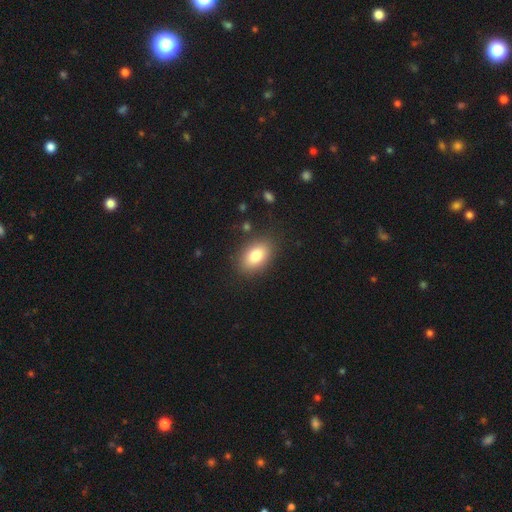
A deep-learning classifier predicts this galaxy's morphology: A smooth galaxy with no disk features (82%) that is in between round and cigar-shaped (87%).

Vote fractions:
- Smooth or featured? smooth: 82% / featured or disk: 10% / star or artifact: 8%
- How rounded? in between: 87% / round: 11% / cigar-shaped: 2%
- Merging? none: 85% / minor disturbance: 10% / major disturbance: 3% / merger: 2%